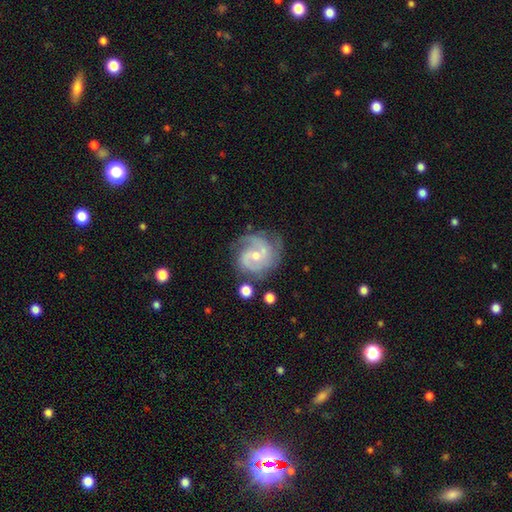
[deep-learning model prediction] Smooth or featured?
  - featured or disk: 87% *
  - smooth: 7%
  - star or artifact: 6%
Edge-on disk?
  - no: 98% *
  - yes: 2%
Bar?
  - no: 53% *
  - weak: 38%
  - strong: 9%
Spiral arms?
  - yes: 97% *
  - no: 3%
Spiral winding?
  - medium: 50% *
  - tight: 37%
  - loose: 13%
Spiral arm count?
  - 2: 58% *
  - 3: 21%
  - can't tell: 10%
  - 1: 5%
  - 4: 3%
  - more than 4: 3%
Bulge size?
  - small: 55% *
  - moderate: 41%
  - none: 2%
  - large: 1%
  - dominant: 1%
Merging?
  - none: 64% *
  - minor disturbance: 21%
  - major disturbance: 10%
  - merger: 5%